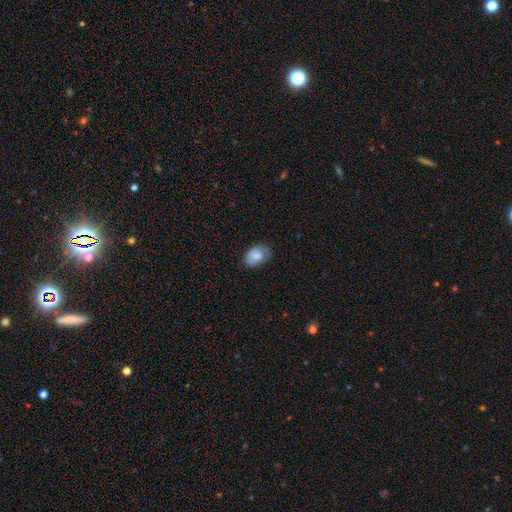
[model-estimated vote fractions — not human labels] Smooth or featured? Predicted: smooth (p=0.79). How rounded? Predicted: in between (p=0.82). Merging? Predicted: none (p=0.58).